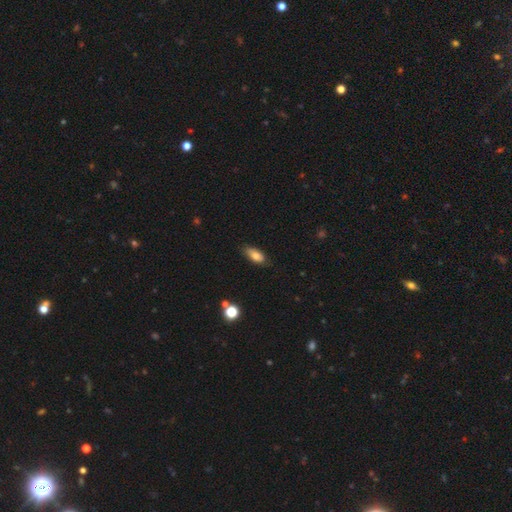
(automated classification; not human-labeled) Smooth or featured: smooth — 78% (featured or disk — 13%)
How rounded: in between — 84% (cigar-shaped — 12%)
Merging: none — 74% (minor disturbance — 21%)